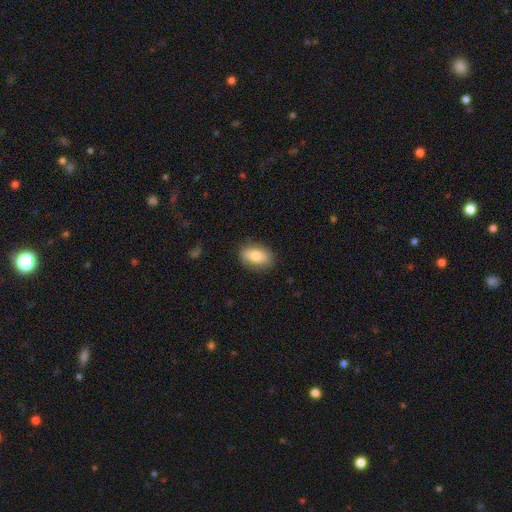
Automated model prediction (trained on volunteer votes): This is likely a smooth galaxy (73%). How rounded: clearly in between (87%). Merging: clearly none (81%).